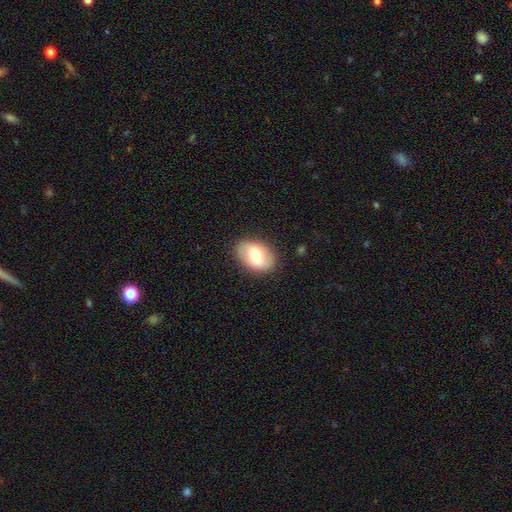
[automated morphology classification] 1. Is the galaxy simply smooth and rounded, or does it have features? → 60% smooth, 33% featured or disk, 7% star or artifact.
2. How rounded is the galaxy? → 83% in between, 16% round, 1% cigar-shaped.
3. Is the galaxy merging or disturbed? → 85% none, 11% minor disturbance, 3% major disturbance, 1% merger.